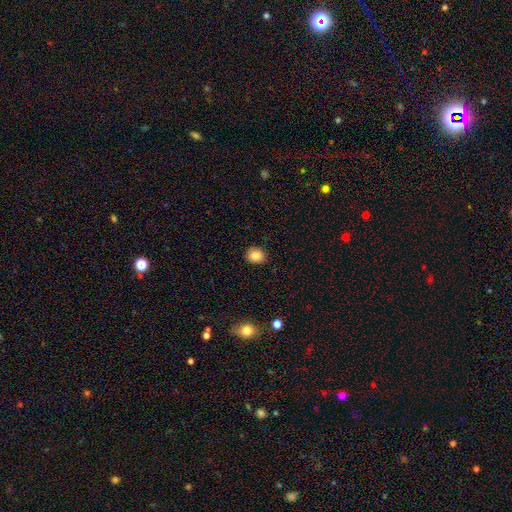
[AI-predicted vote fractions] smooth_or_featured: smooth (p=0.86) [alt: star or artifact p=0.09]
how_rounded: round (p=0.69) [alt: in between p=0.30]
merging: none (p=0.88) [alt: minor disturbance p=0.09]